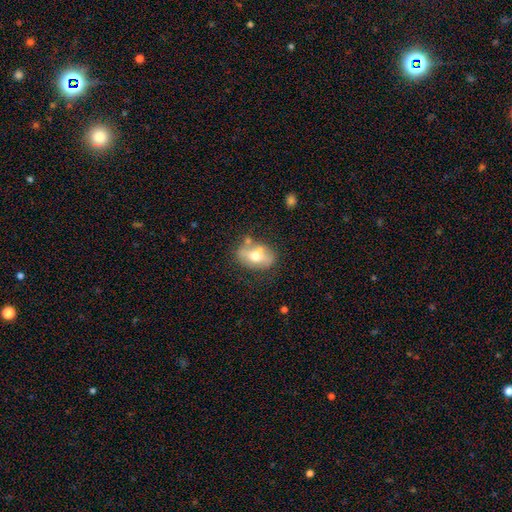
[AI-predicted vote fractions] Smooth or featured? smooth (47%)
Merging? none (65%)